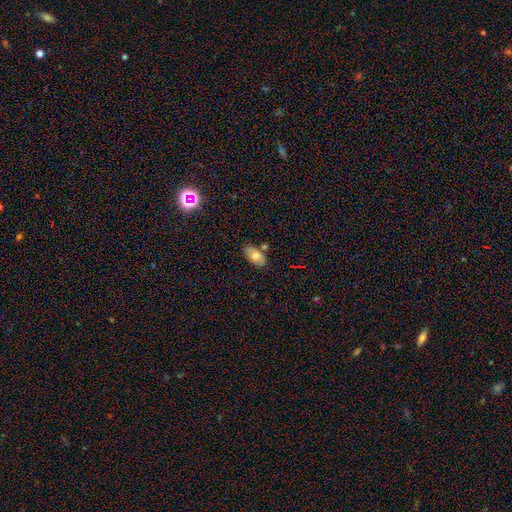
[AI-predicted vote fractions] Morphology: type=smooth (74%); roundness=in between (92%); merging=none (70%).